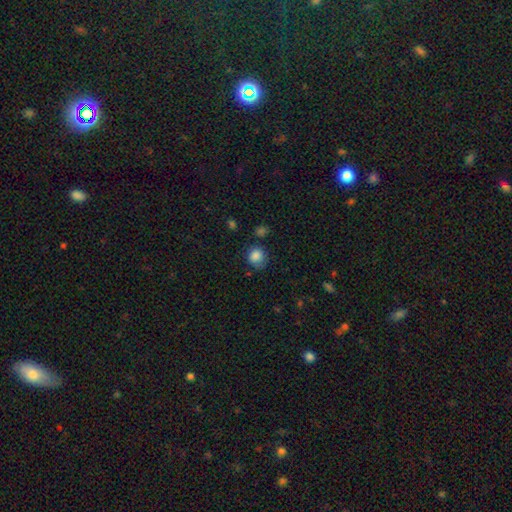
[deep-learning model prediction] This appears to be a smooth galaxy with no disk features (84%) that is round (81%). Merging: none (68%).